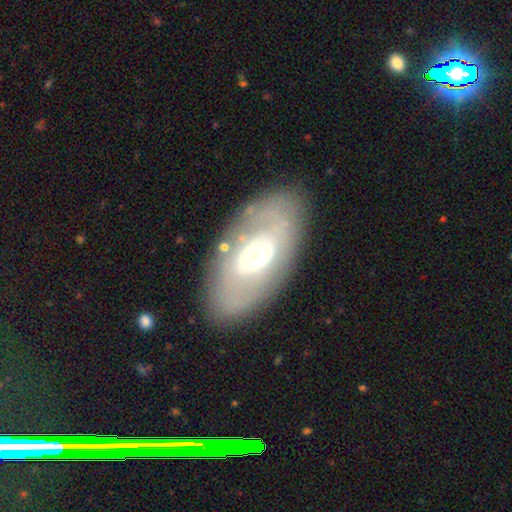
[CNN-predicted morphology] This is likely a featured or disk galaxy (63%). It is clearly not viewed edge-on (90%). Bar: marginally weak (41%, tied with no). Spiral arm pattern: possibly no (54%). Central bulge: likely moderate (61%). Merging: clearly none (81%).